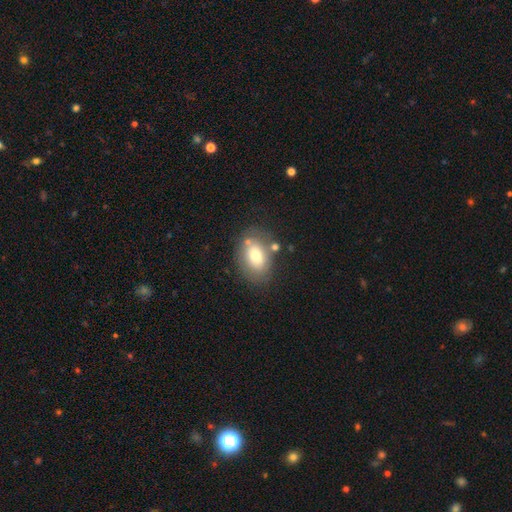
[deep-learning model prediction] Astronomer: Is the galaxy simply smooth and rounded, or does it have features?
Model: smooth — 70%.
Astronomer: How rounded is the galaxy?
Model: in between — 77%.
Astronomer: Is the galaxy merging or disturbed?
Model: none — 71%.